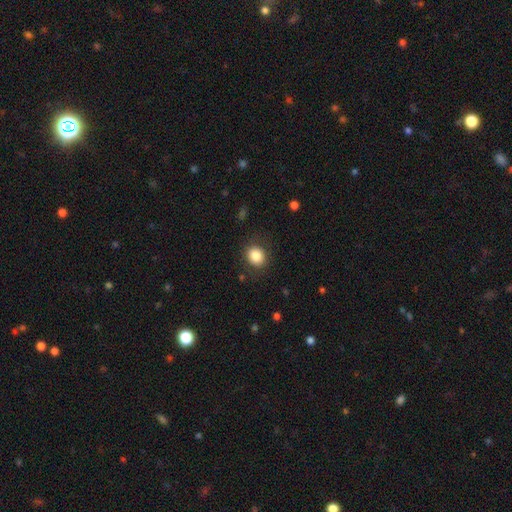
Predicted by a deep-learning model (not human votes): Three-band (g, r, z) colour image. It shows a smooth galaxy with no disk features (84%) that is round (70%). Merging: none (85%).